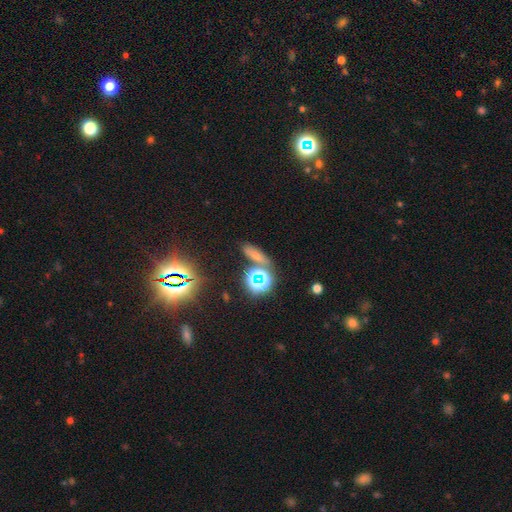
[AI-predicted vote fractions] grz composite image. It shows a smooth galaxy with no disk features (55%) that is cigar-shaped (45%). Merging: none (74%).